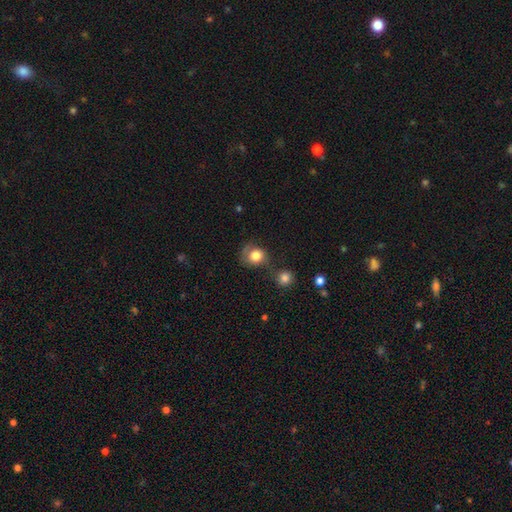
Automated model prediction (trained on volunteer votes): Q: Smooth or featured?
A: smooth (79%); runner-up: featured or disk (13%)
Q: How rounded?
A: round (77%); runner-up: in between (22%)
Q: Merging?
A: none (46%); runner-up: minor disturbance (26%)